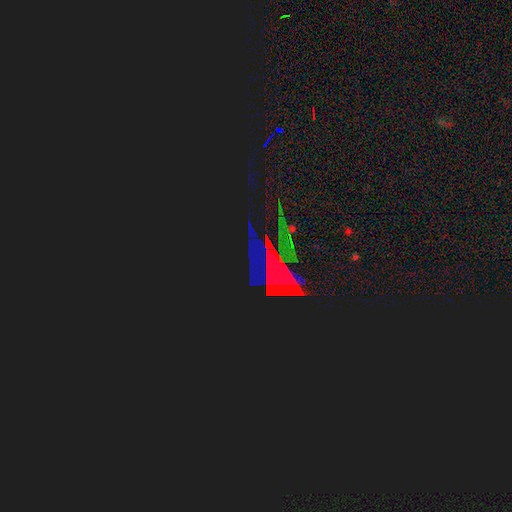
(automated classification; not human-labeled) A star or artifact, not a galaxy (75%).